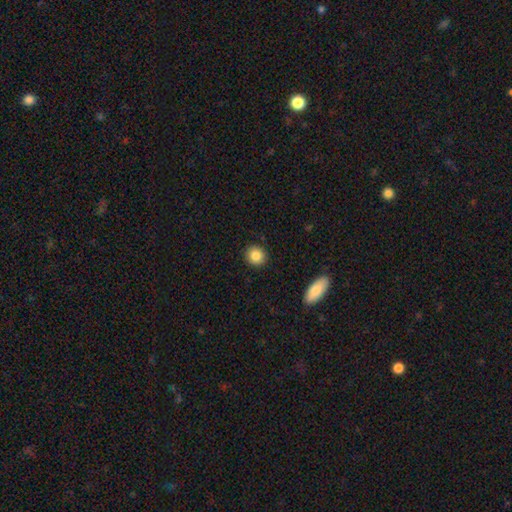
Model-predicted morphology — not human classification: smooth 86%, star or artifact 9%, featured or disk 5%. Down the decision tree: how rounded — round (85%); merging — none (91%).